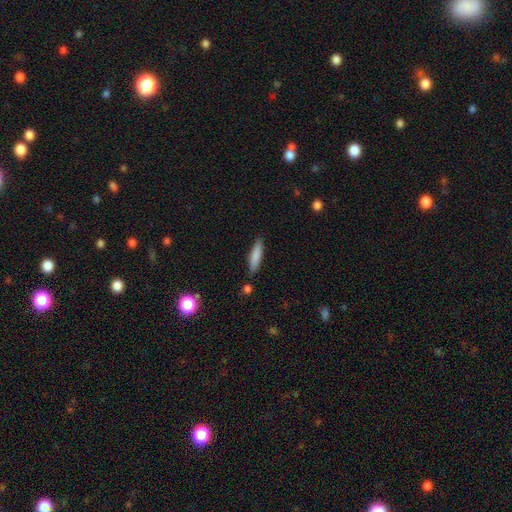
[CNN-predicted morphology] The model was most divided on "how rounded": cigar-shaped: 79%, in between: 19%, round: 1%. More confident: merging — none (85%); smooth or featured — smooth (82%).